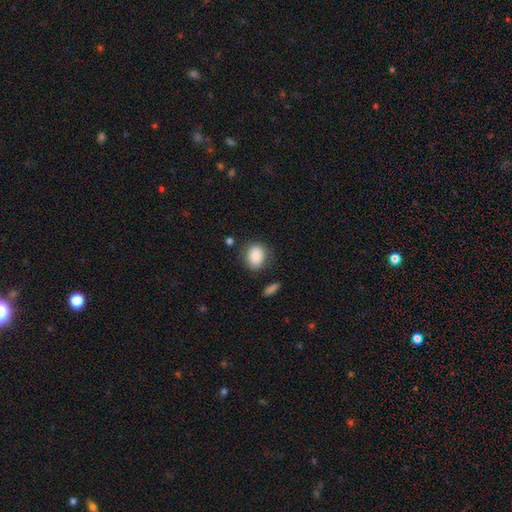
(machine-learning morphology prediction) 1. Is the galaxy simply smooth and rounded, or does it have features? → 87% smooth, 8% star or artifact, 6% featured or disk.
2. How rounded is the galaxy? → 53% round, 46% in between, 1% cigar-shaped.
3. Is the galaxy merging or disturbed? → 78% none, 14% minor disturbance, 4% major disturbance, 4% merger.